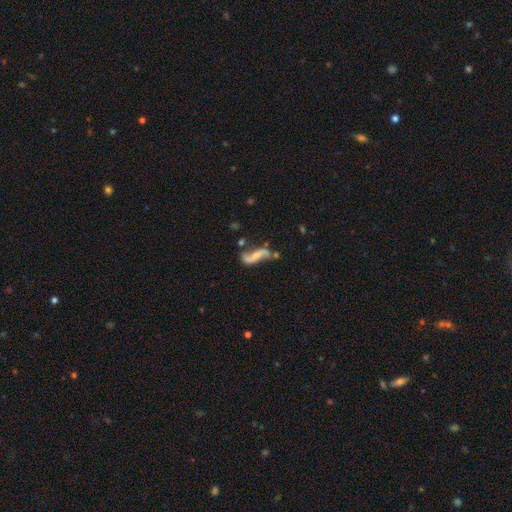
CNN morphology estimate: Smooth or featured: featured or disk — 71% (smooth — 20%)
Edge-on disk: no — 93% (yes — 7%)
Bar: no — 43% (weak — 31%)
Spiral arms: yes — 87% (no — 13%)
Spiral winding: loose — 88% (medium — 9%)
Spiral arm count: 2 — 87% (1 — 7%)
Bulge size: none — 55% (small — 29%)
Merging: none — 48% (minor disturbance — 21%)